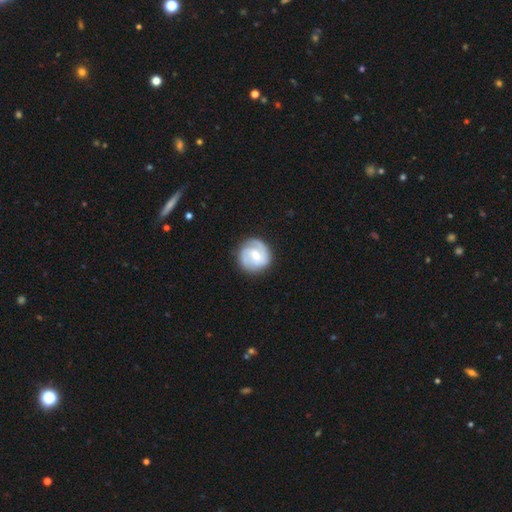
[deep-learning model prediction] featured or disk 68%, smooth 27%, star or artifact 5%. Down the decision tree: edge-on disk — no (98%); bar — no (48%); spiral arms — yes (89%); spiral arm count — 2 (47%); spiral winding — tight (53%); bulge size — moderate (56%); merging — none (82%).